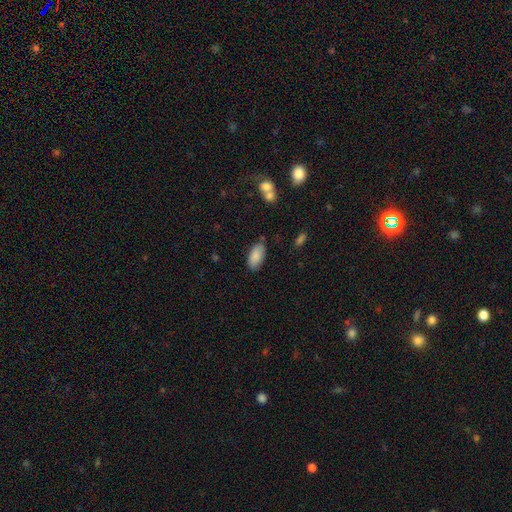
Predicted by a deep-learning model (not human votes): Overall: smooth (88%). How rounded: in between (93%). Merging: none (80%).